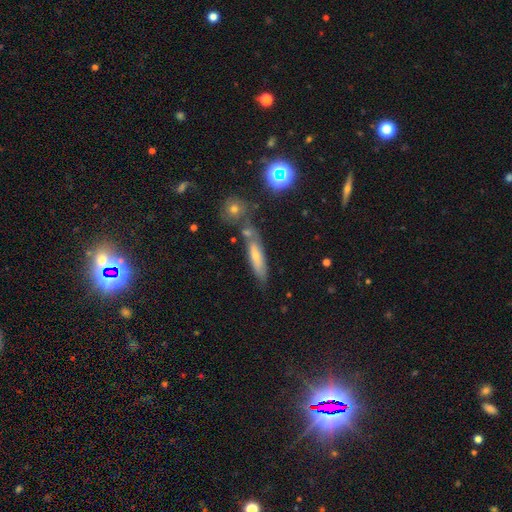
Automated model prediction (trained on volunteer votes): The model was most divided on "smooth or featured": smooth: 51%, featured or disk: 34%, star or artifact: 15%. More confident: how rounded — cigar-shaped (73%); merging — none (68%).